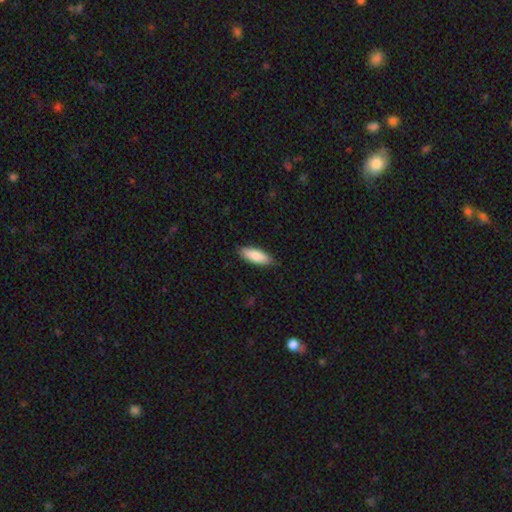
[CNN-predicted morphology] Smooth or featured? Predicted: smooth (p=0.86). How rounded? Predicted: in between (p=0.68). Merging? Predicted: none (p=0.86).